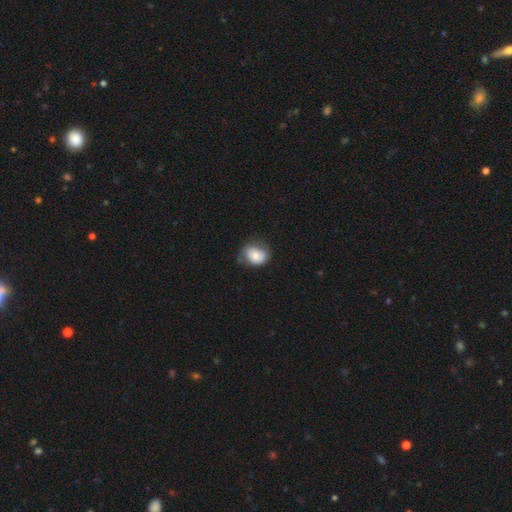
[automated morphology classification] A smooth galaxy with no disk features (73%) that is in between round and cigar-shaped (51%).

Vote fractions:
- Smooth or featured? smooth: 73% / featured or disk: 19% / star or artifact: 8%
- How rounded? in between: 51% / round: 48% / cigar-shaped: 1%
- Merging? none: 58% / minor disturbance: 31% / major disturbance: 9% / merger: 2%